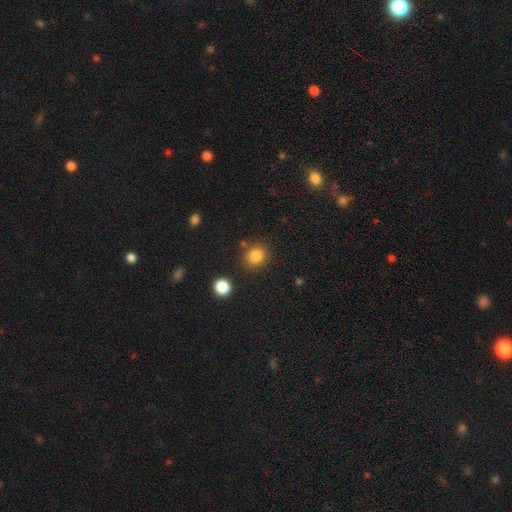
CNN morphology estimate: smooth_or_featured: smooth (p=0.83) [alt: star or artifact p=0.12]
how_rounded: round (p=0.78) [alt: in between p=0.21]
merging: none (p=0.81) [alt: minor disturbance p=0.10]